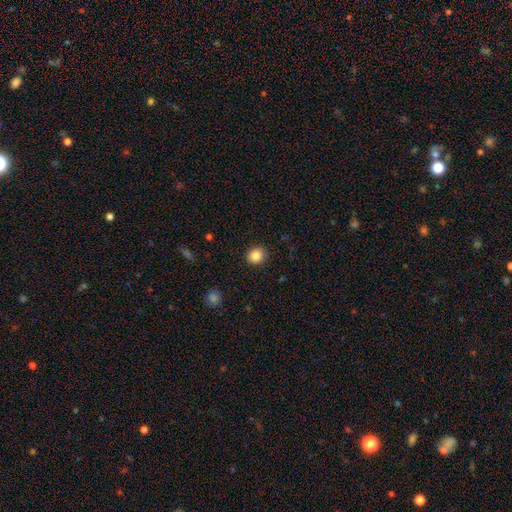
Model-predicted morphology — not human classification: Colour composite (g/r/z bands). It shows a smooth galaxy with no disk features (86%) that is round (76%). Merging: none (88%).